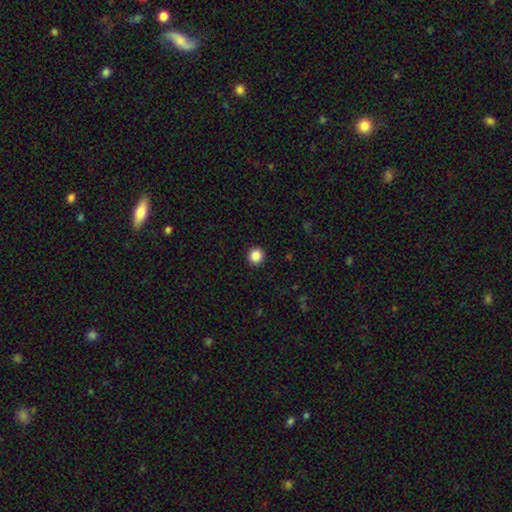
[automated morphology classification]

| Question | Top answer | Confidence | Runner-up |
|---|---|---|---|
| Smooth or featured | smooth | 87% | star or artifact (10%) |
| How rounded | round | 95% | in between (4%) |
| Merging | none | 93% | minor disturbance (5%) |